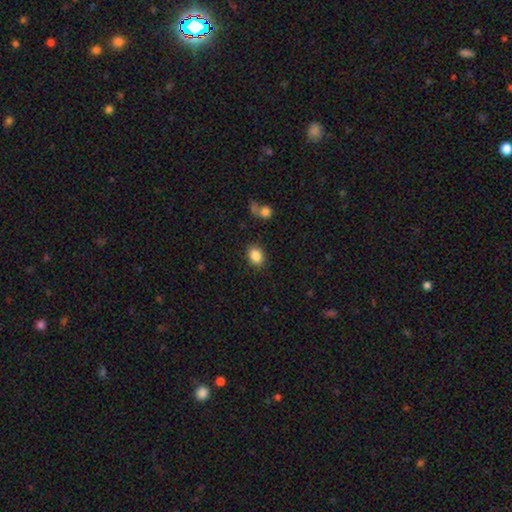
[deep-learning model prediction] Smooth or featured? smooth (86%)
How rounded? in between (65%)
Merging? none (86%)